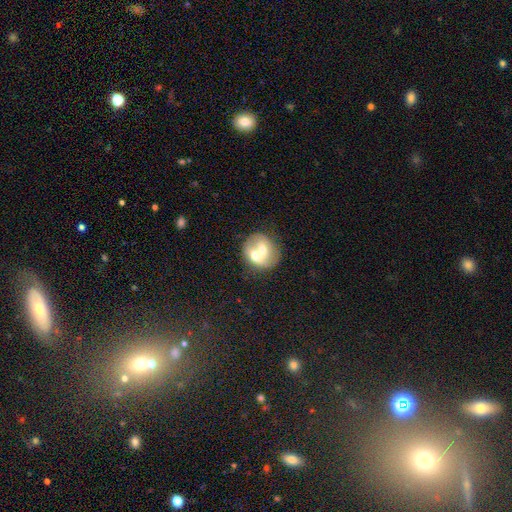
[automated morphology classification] Smooth or featured: smooth — 56% (featured or disk — 37%)
How rounded: round — 65% (in between — 34%)
Merging: merger — 65% (none — 23%)